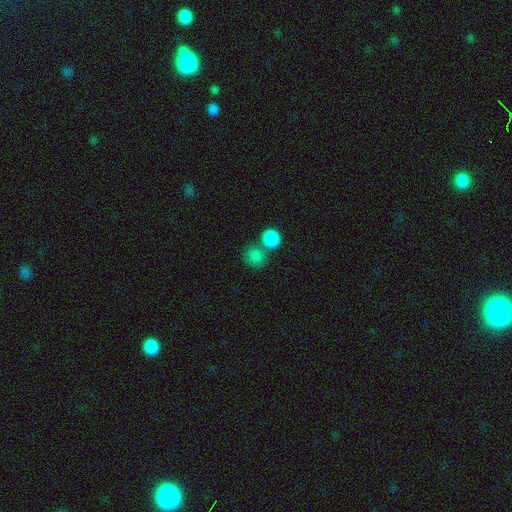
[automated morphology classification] A smooth galaxy with no disk features (85%) that is round (71%).

Vote fractions:
- Smooth or featured? smooth: 85% / star or artifact: 9% / featured or disk: 6%
- How rounded? round: 71% / in between: 28% / cigar-shaped: 1%
- Merging? none: 50% / merger: 35% / minor disturbance: 10% / major disturbance: 4%